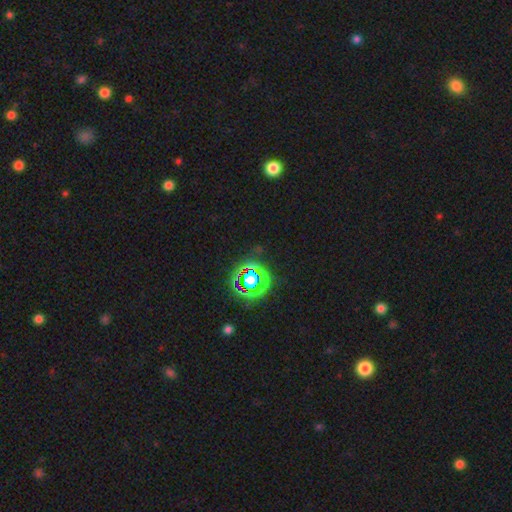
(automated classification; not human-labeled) Morphology: type=star or artifact (81%).